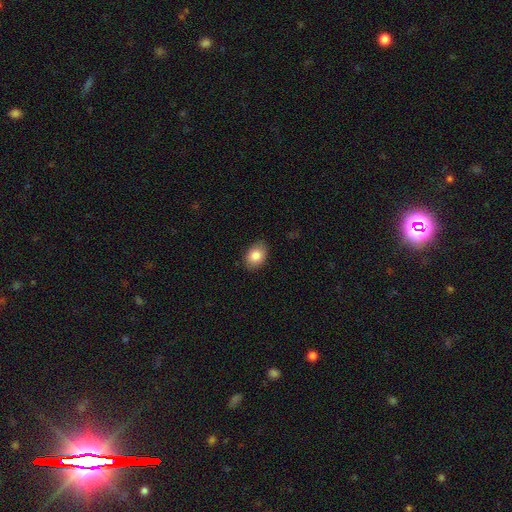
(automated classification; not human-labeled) A smooth galaxy with no disk features (84%) that is in between round and cigar-shaped (75%).

Vote fractions:
- Smooth or featured? smooth: 84% / featured or disk: 8% / star or artifact: 8%
- How rounded? in between: 75% / round: 24% / cigar-shaped: 1%
- Merging? none: 86% / minor disturbance: 11% / major disturbance: 2% / merger: 1%